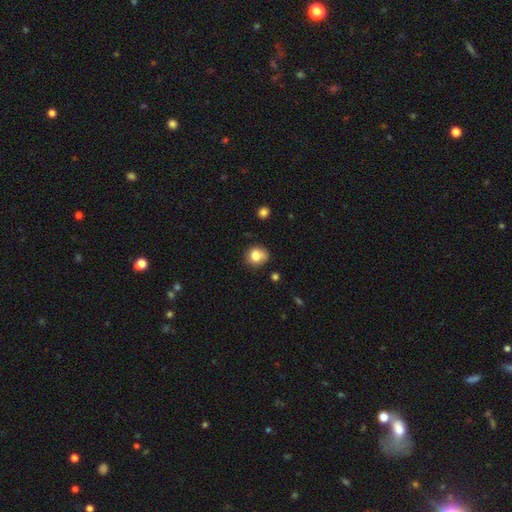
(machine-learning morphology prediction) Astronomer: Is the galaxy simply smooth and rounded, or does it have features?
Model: smooth — 79%.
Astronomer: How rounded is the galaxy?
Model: round — 78%.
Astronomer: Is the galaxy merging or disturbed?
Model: none — 70%.